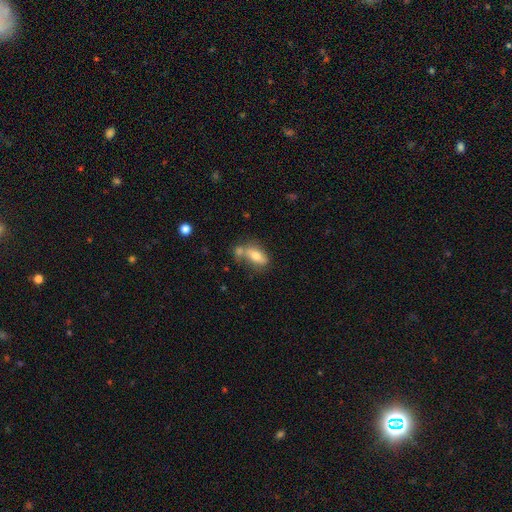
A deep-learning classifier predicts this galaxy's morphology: This appears to be a smooth galaxy with no disk features (68%) that is in between round and cigar-shaped (81%). Merging: none (45%).